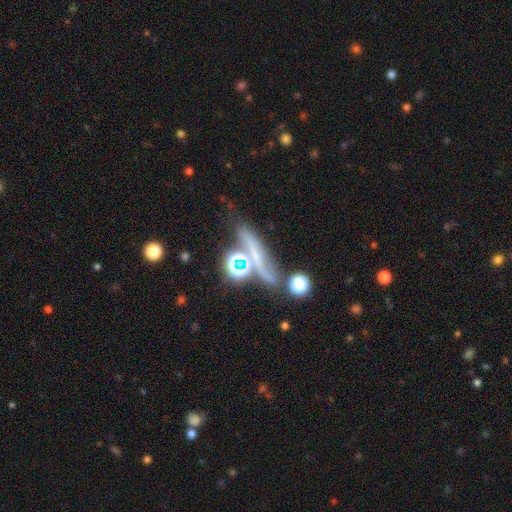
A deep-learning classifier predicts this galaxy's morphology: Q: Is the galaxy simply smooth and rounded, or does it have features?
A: star or artifact — 34%.